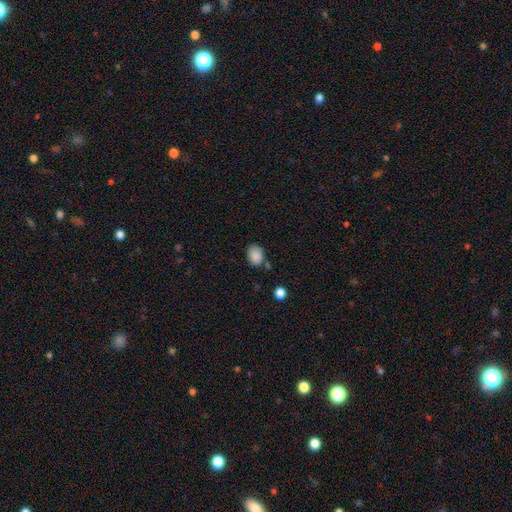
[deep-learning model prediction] smooth_or_featured: smooth (p=0.87) [alt: star or artifact p=0.09]
how_rounded: in between (p=0.73) [alt: round p=0.26]
merging: none (p=0.69) [alt: minor disturbance p=0.20]